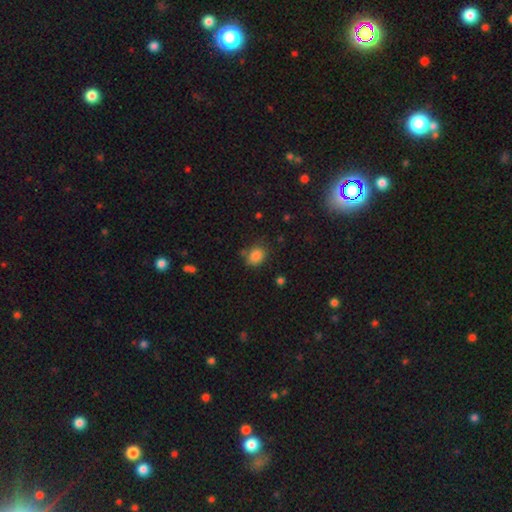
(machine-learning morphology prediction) The model was most divided on "how rounded": in between: 51%, round: 48%, cigar-shaped: 1%. More confident: smooth or featured — smooth (84%); merging — none (71%).